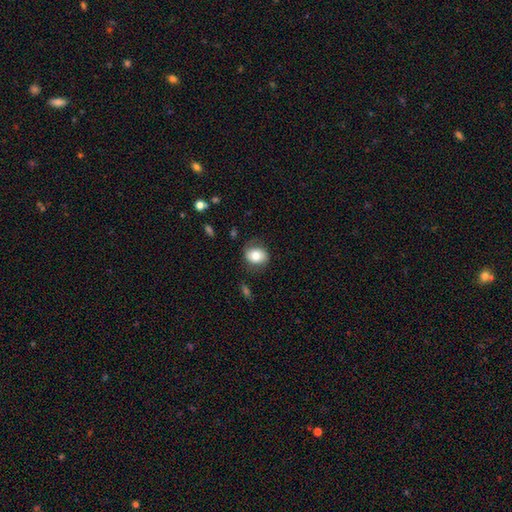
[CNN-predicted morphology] Smooth or featured: smooth — 75% (featured or disk — 17%)
How rounded: round — 52% (in between — 46%)
Merging: none — 73% (minor disturbance — 19%)